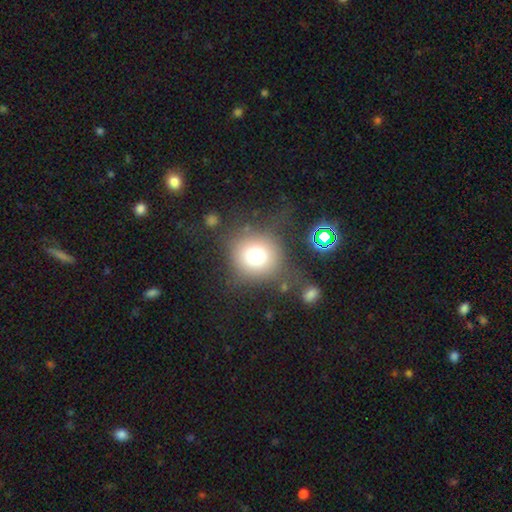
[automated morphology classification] Smooth or featured: smooth — 74% (star or artifact — 14%)
How rounded: round — 88% (in between — 11%)
Merging: none — 63% (minor disturbance — 17%)